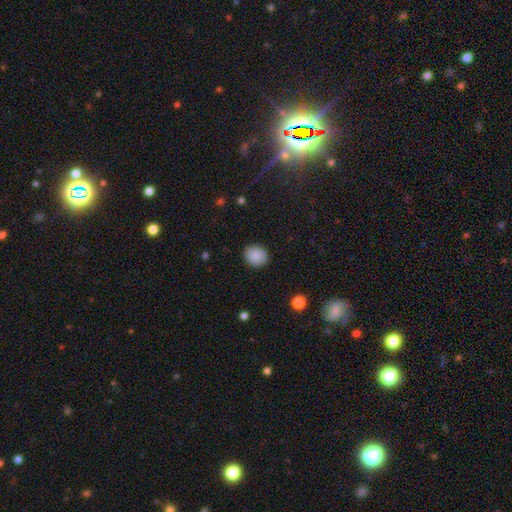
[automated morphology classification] smooth-or-featured: smooth: 88% | star or artifact: 8% | featured or disk: 4%
  how-rounded: round: 72% | in between: 27% | cigar-shaped: 1%
  merging: none: 89% | minor disturbance: 7% | major disturbance: 2% | merger: 1%